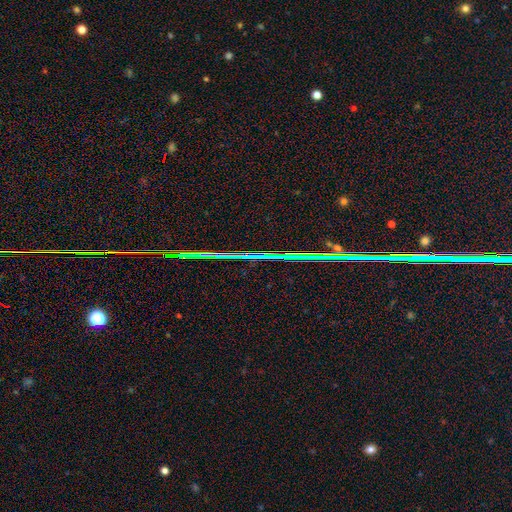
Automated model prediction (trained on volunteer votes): Morphology: type=star or artifact (87%).